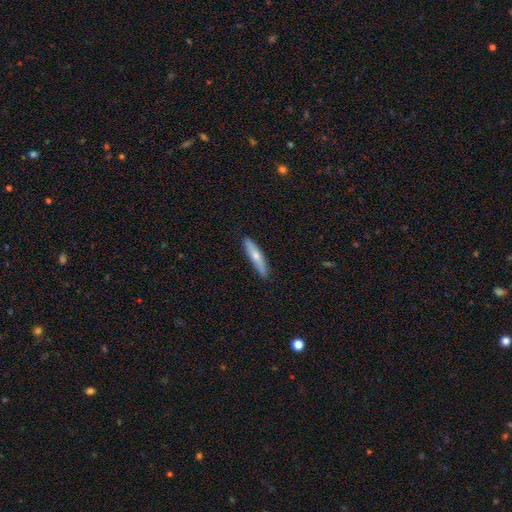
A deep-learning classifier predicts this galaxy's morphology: smooth 60%, featured or disk 35%, star or artifact 6%. Down the decision tree: how rounded — cigar-shaped (86%); merging — none (87%).